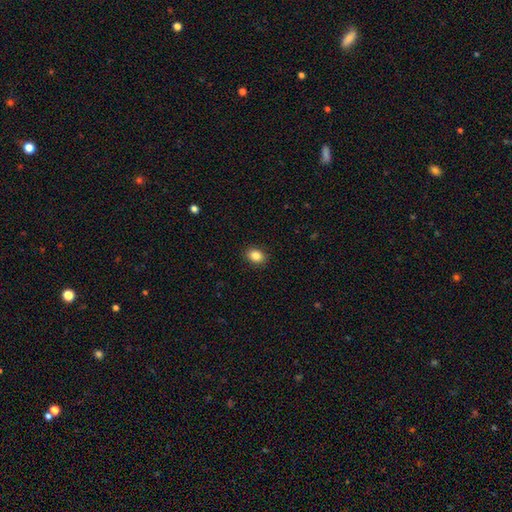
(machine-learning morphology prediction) This appears to be a smooth galaxy with no disk features (85%) that is in between round and cigar-shaped (64%). Merging: none (90%).